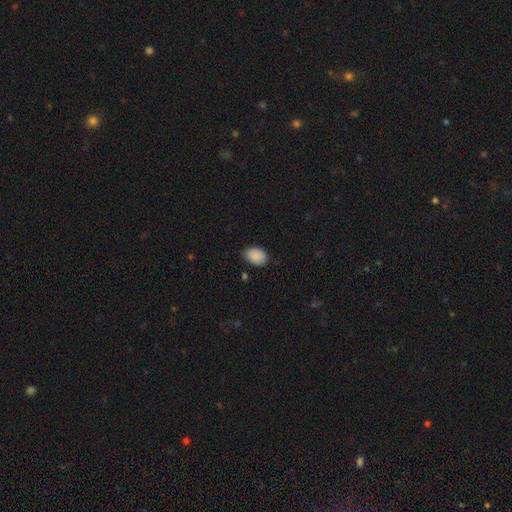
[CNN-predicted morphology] Smooth or featured: smooth — 89% (star or artifact — 7%)
How rounded: in between — 76% (round — 23%)
Merging: none — 77% (minor disturbance — 18%)